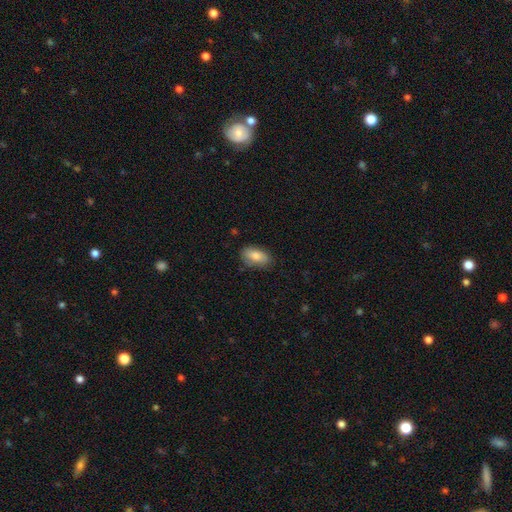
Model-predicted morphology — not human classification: A smooth galaxy with no disk features (81%) that is in between round and cigar-shaped (91%). Merging: none (79%).